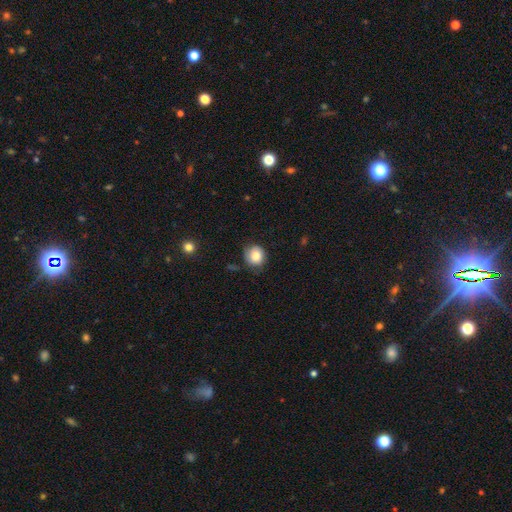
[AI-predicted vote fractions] smooth-or-featured: smooth: 83% | star or artifact: 9% | featured or disk: 8%
  how-rounded: round: 84% | in between: 15% | cigar-shaped: 1%
  merging: none: 73% | minor disturbance: 21% | major disturbance: 4% | merger: 2%